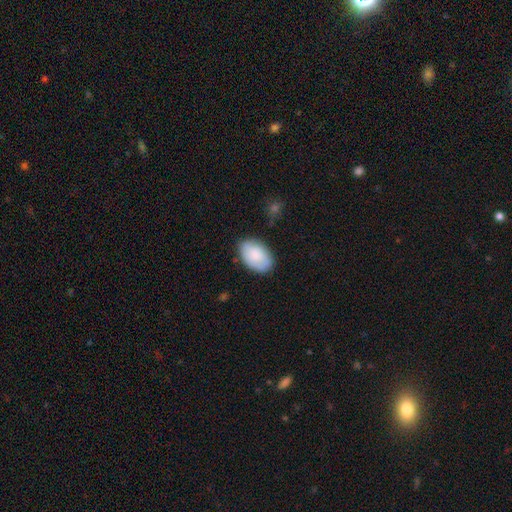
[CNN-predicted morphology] Smooth or featured?
  - smooth: 82% *
  - featured or disk: 12%
  - star or artifact: 6%
How rounded?
  - in between: 92% *
  - round: 7%
  - cigar-shaped: 1%
Merging?
  - none: 78% *
  - minor disturbance: 17%
  - major disturbance: 4%
  - merger: 2%